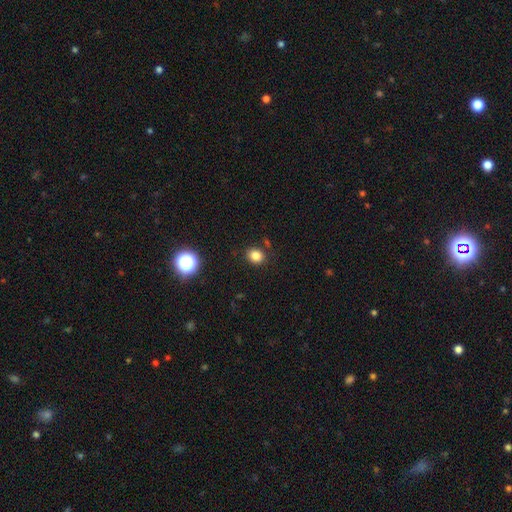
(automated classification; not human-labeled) Smooth or featured: smooth — 82% (star or artifact — 13%)
How rounded: round — 66% (in between — 33%)
Merging: none — 86% (minor disturbance — 9%)